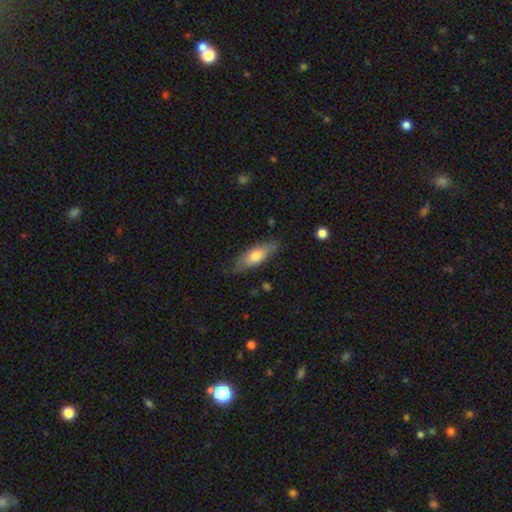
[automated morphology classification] Smooth or featured?
  - smooth: 67% *
  - featured or disk: 28%
  - star or artifact: 6%
How rounded?
  - in between: 62% *
  - cigar-shaped: 35%
  - round: 2%
Merging?
  - none: 77% *
  - minor disturbance: 18%
  - major disturbance: 4%
  - merger: 1%